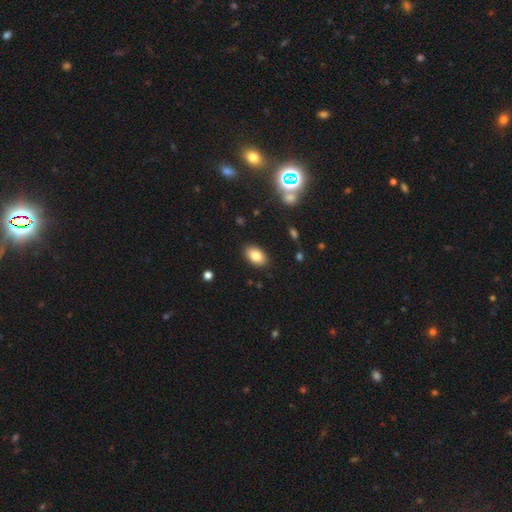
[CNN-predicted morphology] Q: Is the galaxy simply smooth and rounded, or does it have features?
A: smooth — 82%.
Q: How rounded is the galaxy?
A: in between — 91%.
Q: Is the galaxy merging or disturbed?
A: none — 88%.